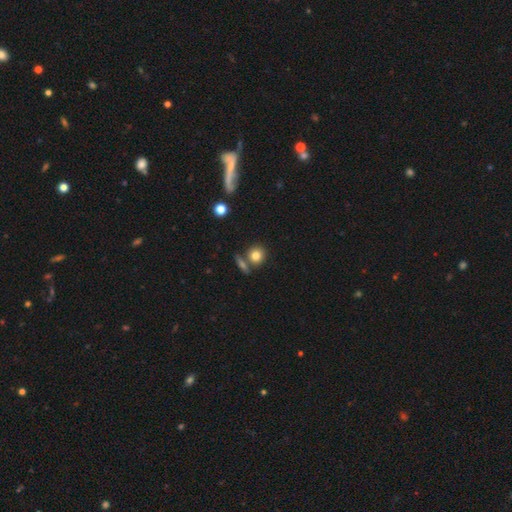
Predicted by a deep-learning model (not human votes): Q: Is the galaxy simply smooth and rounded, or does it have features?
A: smooth — 80%.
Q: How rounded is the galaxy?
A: round — 81%.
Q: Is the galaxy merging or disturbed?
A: none — 65%.